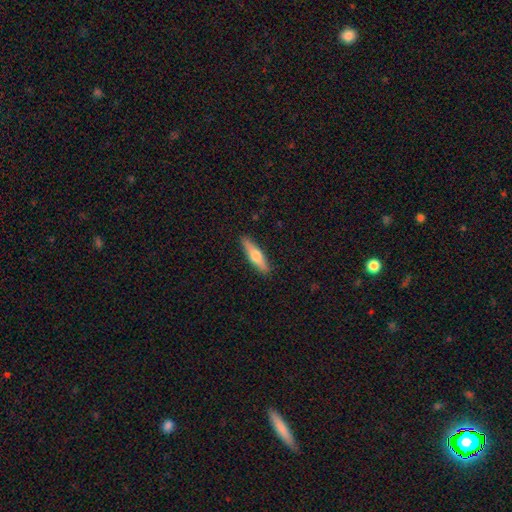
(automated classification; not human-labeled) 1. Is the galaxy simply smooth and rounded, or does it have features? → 53% smooth, 42% featured or disk, 5% star or artifact.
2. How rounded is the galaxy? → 75% cigar-shaped, 23% in between, 2% round.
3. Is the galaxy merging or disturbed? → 90% none, 7% minor disturbance, 2% major disturbance, 1% merger.